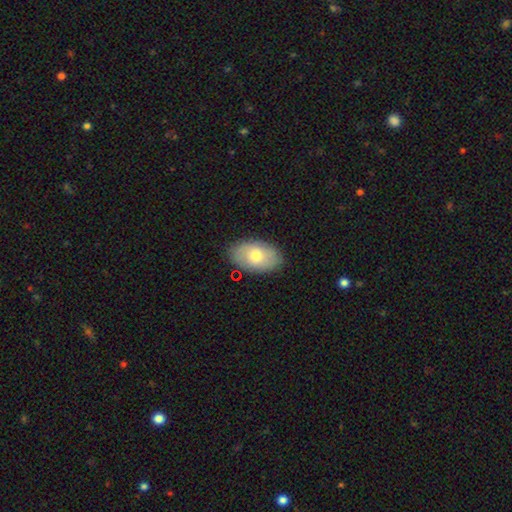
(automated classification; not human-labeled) smooth 68%, featured or disk 25%, star or artifact 6%. Down the decision tree: how rounded — in between (93%); merging — none (85%).